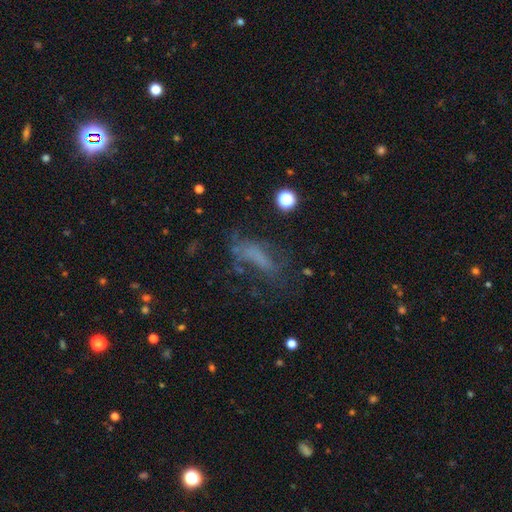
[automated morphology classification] Smooth or featured: smooth — 41% (featured or disk — 34%)
Merging: none — 42% (major disturbance — 32%)